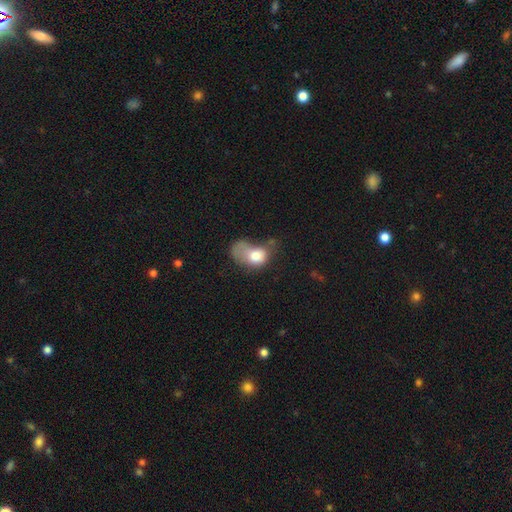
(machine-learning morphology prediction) The model was most divided on "merging": major disturbance: 50%, minor disturbance: 22%, none: 14%, merger: 13%. More confident: smooth or featured — smooth (71%); how rounded — in between (70%).